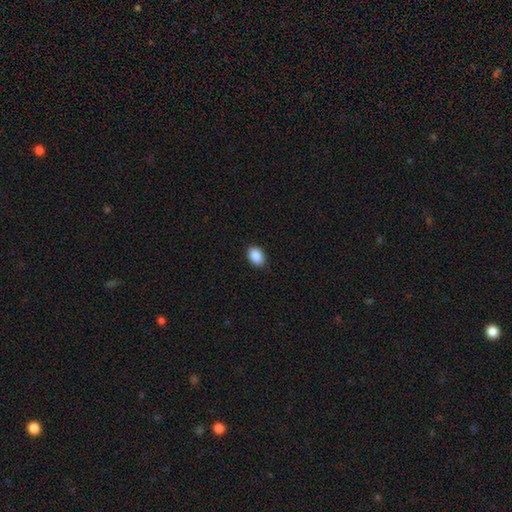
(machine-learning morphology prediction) The model was most divided on "how rounded": in between: 86%, round: 13%, cigar-shaped: 1%. More confident: smooth or featured — smooth (90%); merging — none (88%).